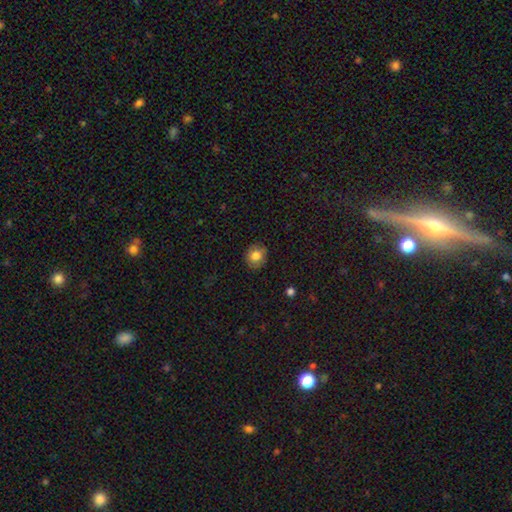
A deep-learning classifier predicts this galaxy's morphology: This appears to be a smooth galaxy with no disk features (81%) that is round (76%). Merging: none (86%).